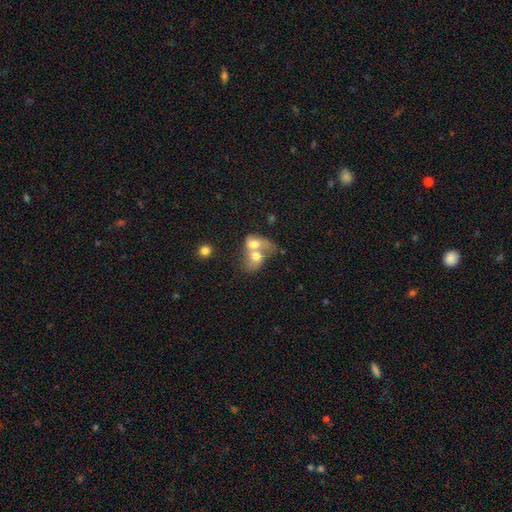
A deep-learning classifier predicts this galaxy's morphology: This is likely a smooth galaxy (64%). How rounded: possibly in between (60%). Merging: clearly merger (83%).